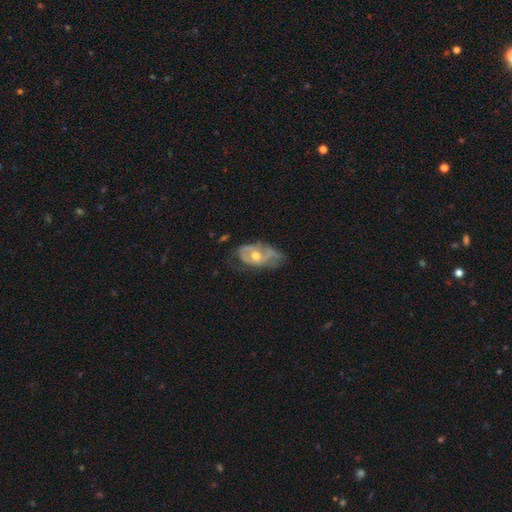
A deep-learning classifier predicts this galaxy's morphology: type=featured or disk (65%); edge-on=no (91%); bar=no (80%); spiral arms=no (51%); bulge=moderate (72%); merging=none (41%).